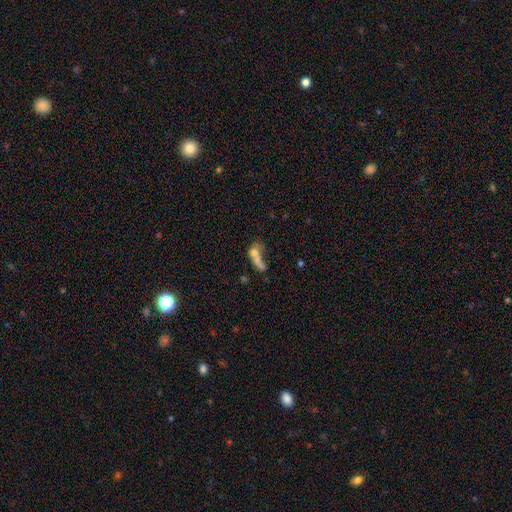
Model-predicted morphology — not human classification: A smooth galaxy with no disk features (57%) that is in between round and cigar-shaped (60%).

Vote fractions:
- Smooth or featured? smooth: 57% / featured or disk: 31% / star or artifact: 12%
- How rounded? in between: 60% / round: 24% / cigar-shaped: 16%
- Merging? merger: 52% / major disturbance: 22% / none: 17% / minor disturbance: 9%